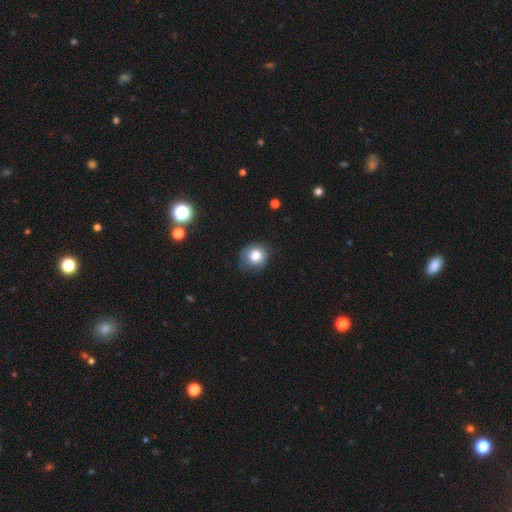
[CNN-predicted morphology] smooth-or-featured: smooth: 77% | featured or disk: 13% | star or artifact: 10%
  how-rounded: round: 83% | in between: 16% | cigar-shaped: 1%
  merging: none: 69% | minor disturbance: 22% | major disturbance: 7% | merger: 1%